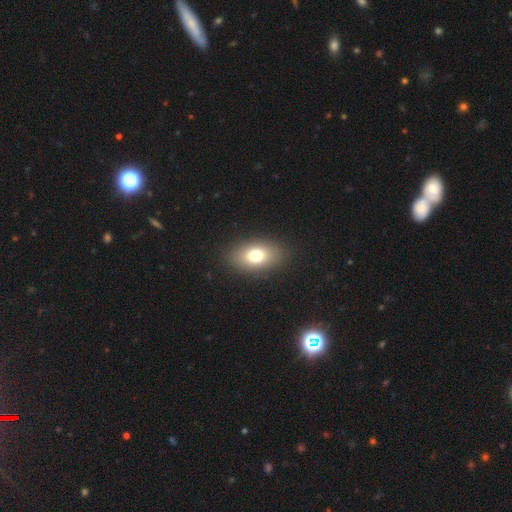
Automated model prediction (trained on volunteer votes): Smooth or featured? Predicted: smooth (p=0.75). How rounded? Predicted: in between (p=0.86). Merging? Predicted: none (p=0.88).